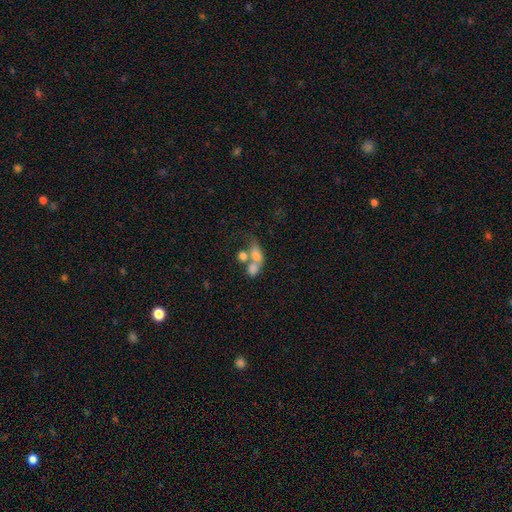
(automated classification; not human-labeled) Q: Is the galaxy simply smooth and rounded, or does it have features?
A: smooth — 63%.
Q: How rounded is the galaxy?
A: in between — 70%.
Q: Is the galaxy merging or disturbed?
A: merger — 65%.